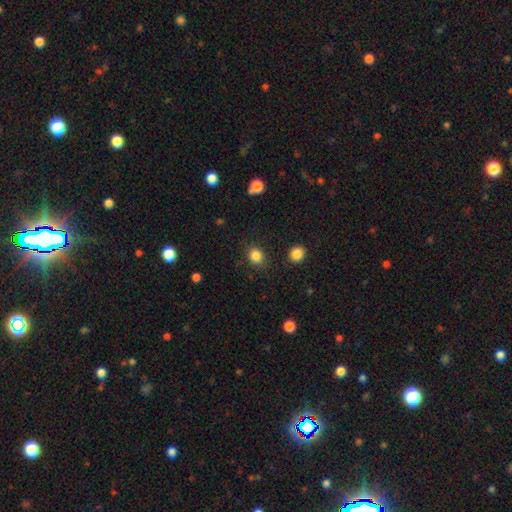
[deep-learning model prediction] This appears to be a smooth galaxy with no disk features (85%) that is round (59%). Merging: none (85%).